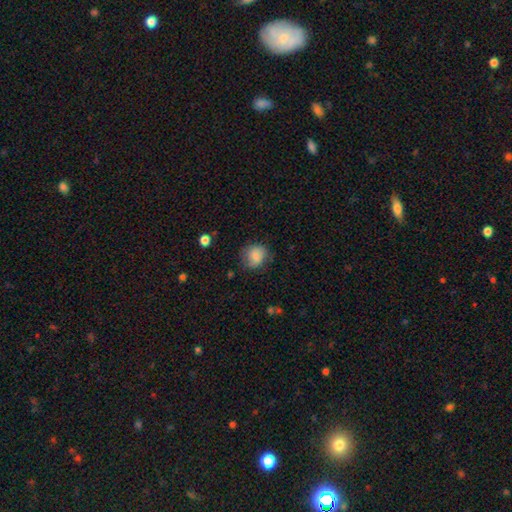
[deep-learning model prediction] smooth_or_featured: smooth (p=0.80) [alt: featured or disk p=0.12]
how_rounded: round (p=0.71) [alt: in between p=0.28]
merging: none (p=0.68) [alt: minor disturbance p=0.23]